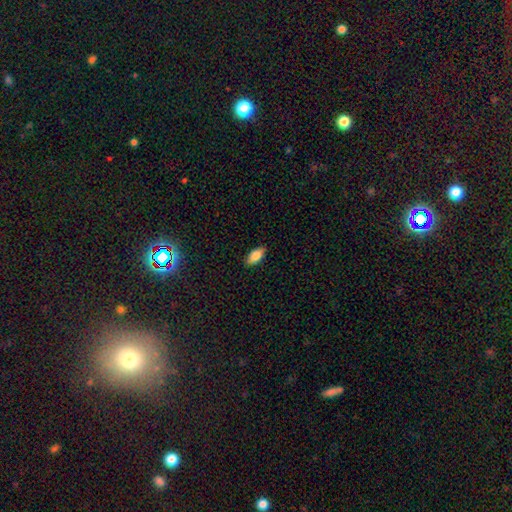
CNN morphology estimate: Q: Smooth or featured?
A: smooth (82%); runner-up: featured or disk (10%)
Q: How rounded?
A: in between (88%); runner-up: cigar-shaped (9%)
Q: Merging?
A: none (87%); runner-up: minor disturbance (10%)